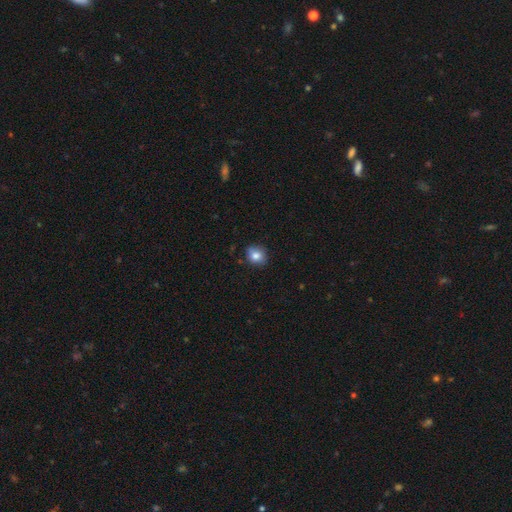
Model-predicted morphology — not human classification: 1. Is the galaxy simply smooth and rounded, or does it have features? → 82% smooth, 10% star or artifact, 8% featured or disk.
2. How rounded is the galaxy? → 68% round, 31% in between, 1% cigar-shaped.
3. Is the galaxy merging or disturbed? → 83% none, 14% minor disturbance, 2% major disturbance, 1% merger.